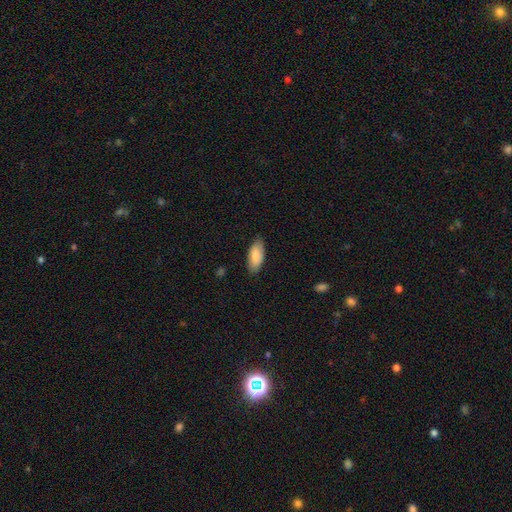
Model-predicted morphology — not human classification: Smooth or featured? smooth (83%)
How rounded? in between (87%)
Merging? none (85%)